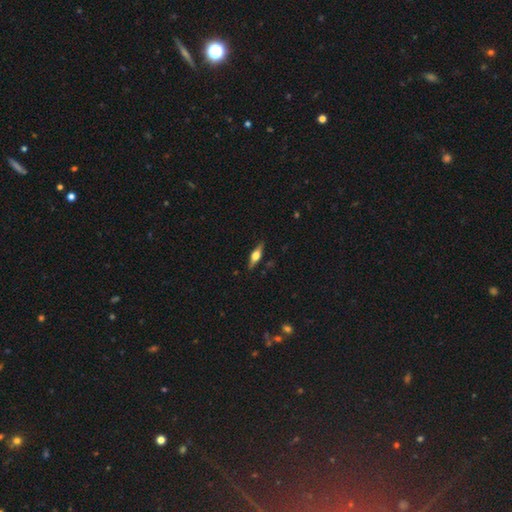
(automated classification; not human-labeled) Q: Smooth or featured?
A: featured or disk (57%); runner-up: smooth (37%)
Q: Edge-on disk?
A: yes (94%); runner-up: no (6%)
Q: Edge-on bulge?
A: rounded (92%); runner-up: boxy (6%)
Q: Merging?
A: none (87%); runner-up: minor disturbance (9%)